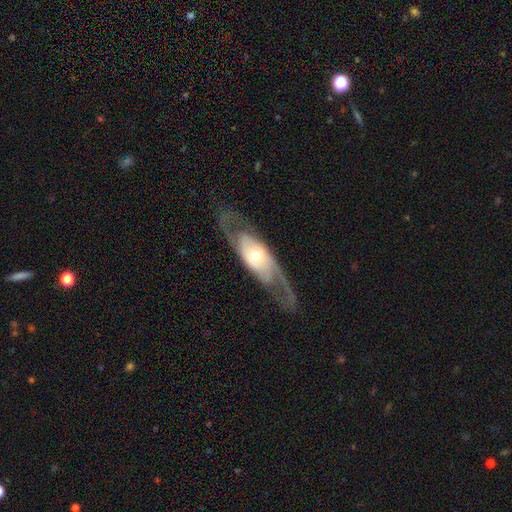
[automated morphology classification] The model was most divided on "spiral winding": medium: 40%, loose: 36%, tight: 24%. More confident: spiral arms — yes (83%); edge-on disk — no (83%); spiral arm count — 2 (83%); smooth or featured — featured or disk (80%); bar — no (72%); merging — none (70%); bulge size — moderate (60%).